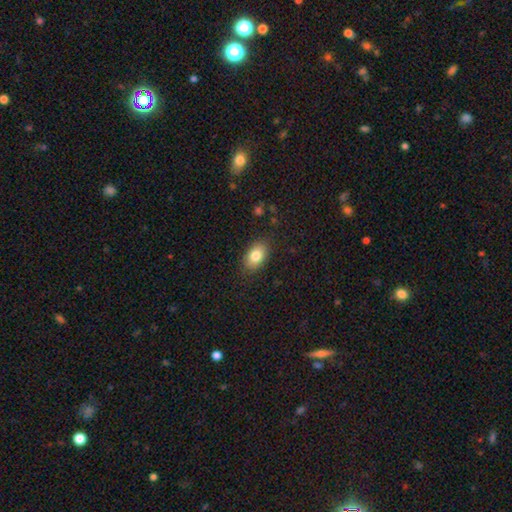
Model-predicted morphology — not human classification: smooth-or-featured: smooth: 82% | featured or disk: 10% | star or artifact: 8%
  how-rounded: in between: 87% | round: 11% | cigar-shaped: 2%
  merging: none: 84% | minor disturbance: 12% | major disturbance: 3% | merger: 1%